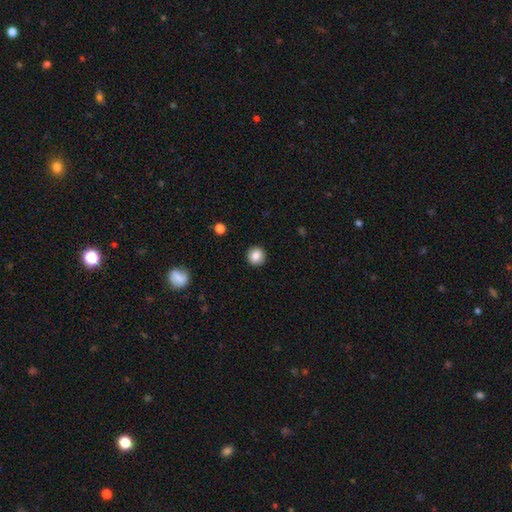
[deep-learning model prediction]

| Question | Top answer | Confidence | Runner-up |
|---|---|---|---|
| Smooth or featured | smooth | 85% | star or artifact (10%) |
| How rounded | round | 94% | in between (5%) |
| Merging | none | 92% | minor disturbance (5%) |